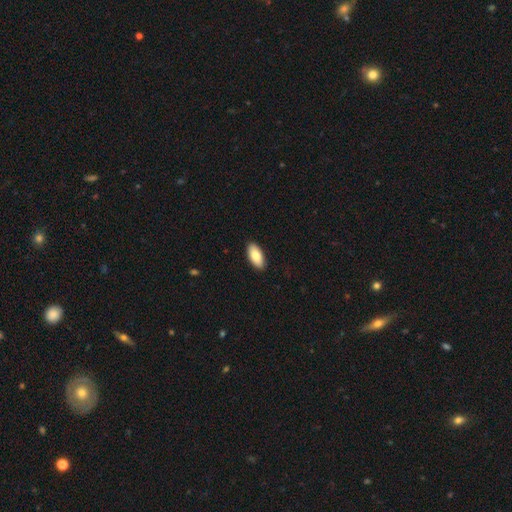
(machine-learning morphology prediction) A smooth galaxy with no disk features (86%) that is in between round and cigar-shaped (92%). Merging: none (90%).